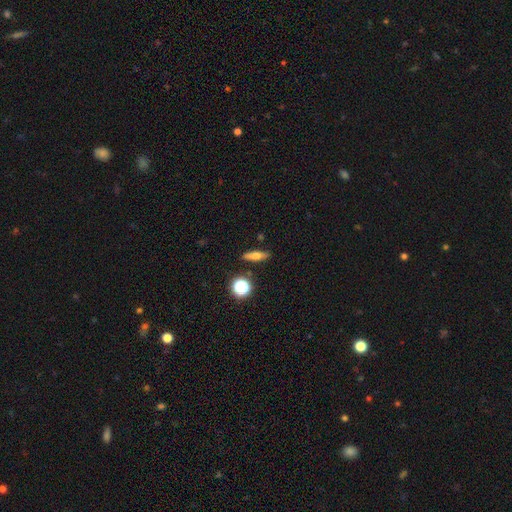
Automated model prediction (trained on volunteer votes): smooth_or_featured: smooth (p=0.57) [alt: featured or disk p=0.32]
how_rounded: cigar-shaped (p=0.55) [alt: in between p=0.35]
merging: none (p=0.87) [alt: minor disturbance p=0.09]